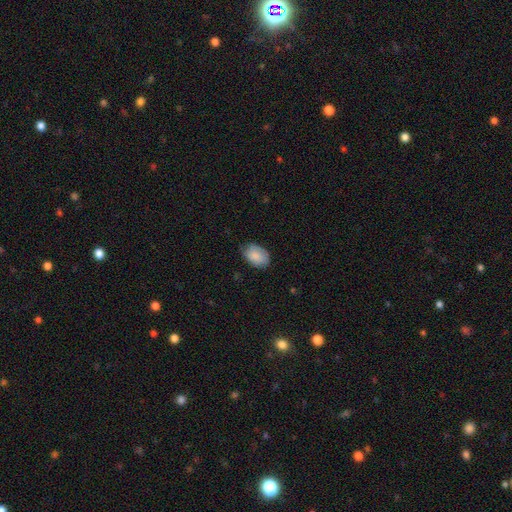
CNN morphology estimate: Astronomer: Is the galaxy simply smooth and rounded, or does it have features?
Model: smooth — 85%.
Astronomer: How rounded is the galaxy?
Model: in between — 85%.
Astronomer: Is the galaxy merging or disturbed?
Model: none — 72%.